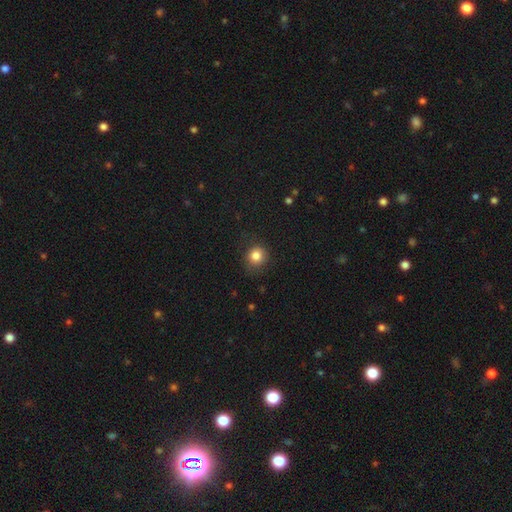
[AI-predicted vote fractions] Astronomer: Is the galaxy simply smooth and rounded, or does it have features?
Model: smooth — 83%.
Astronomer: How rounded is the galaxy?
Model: round — 88%.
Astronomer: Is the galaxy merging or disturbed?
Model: none — 83%.